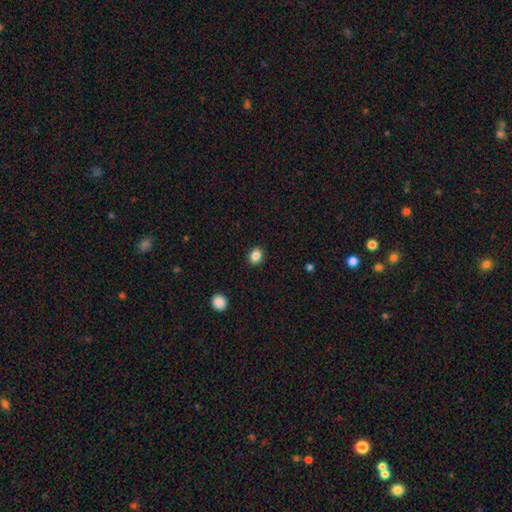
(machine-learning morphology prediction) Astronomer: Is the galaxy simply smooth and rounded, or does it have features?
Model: smooth — 86%.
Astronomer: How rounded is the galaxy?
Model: round — 52% (runner-up: in between, 47%).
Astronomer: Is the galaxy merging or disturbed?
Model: none — 90%.